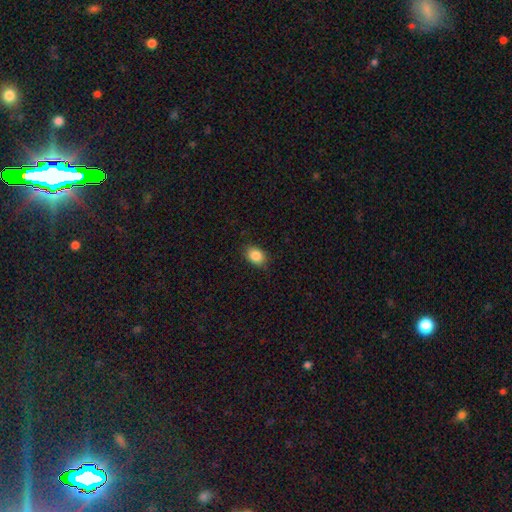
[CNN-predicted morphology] smooth 86%, star or artifact 9%, featured or disk 5%. Down the decision tree: how rounded — in between (71%); merging — none (85%).